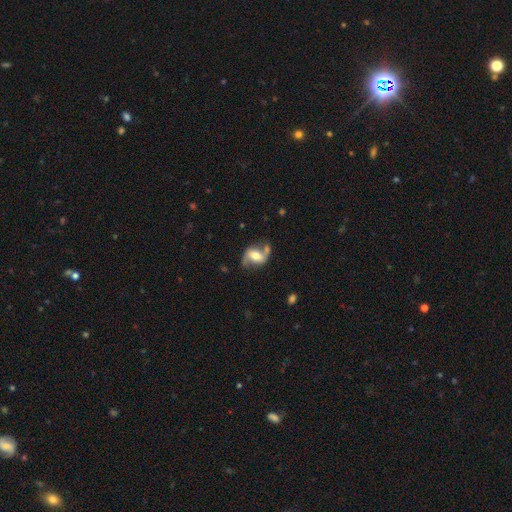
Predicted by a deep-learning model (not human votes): smooth_or_featured: featured or disk (p=0.70) [alt: smooth p=0.23]
disk_edge_on: no (p=0.95) [alt: yes p=0.05]
bar: weak (p=0.37) [alt: strong p=0.33]
has_spiral_arms: yes (p=0.86) [alt: no p=0.14]
spiral_winding: loose (p=0.59) [alt: medium p=0.32]
spiral_arm_count: 2 (p=0.88) [alt: can't tell p=0.05]
bulge_size: moderate (p=0.61) [alt: small p=0.17]
merging: none (p=0.59) [alt: minor disturbance p=0.19]